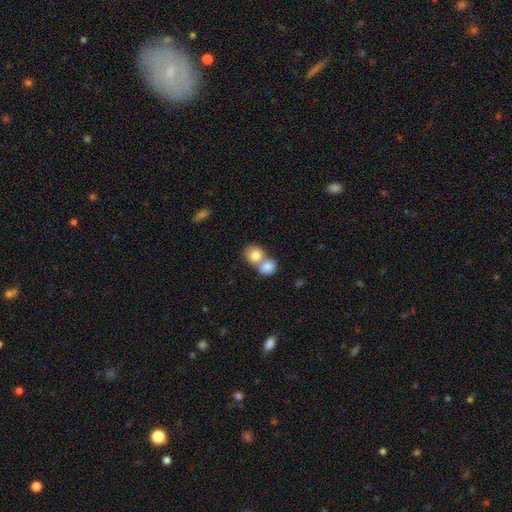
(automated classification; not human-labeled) smooth_or_featured: smooth (p=0.82) [alt: featured or disk p=0.11]
how_rounded: round (p=0.67) [alt: in between p=0.32]
merging: merger (p=0.68) [alt: none p=0.24]